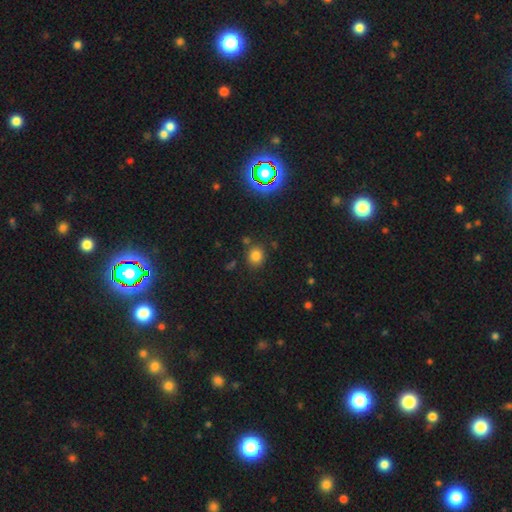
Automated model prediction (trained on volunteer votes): smooth_or_featured: smooth (p=0.79) [alt: star or artifact p=0.15]
how_rounded: round (p=0.77) [alt: in between p=0.22]
merging: none (p=0.81) [alt: minor disturbance p=0.10]